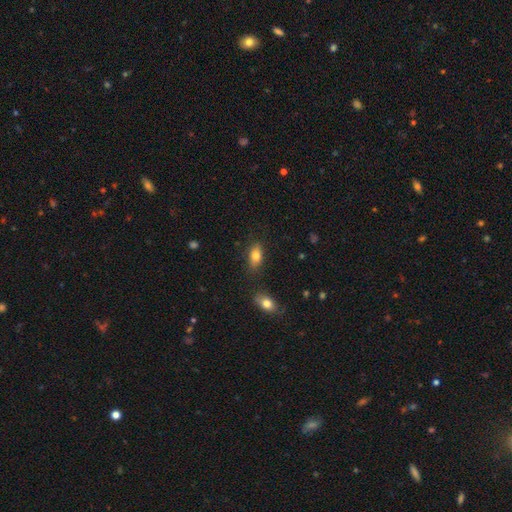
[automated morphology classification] This is likely a smooth galaxy (79%). How rounded: clearly in between (86%). Merging: clearly none (81%).